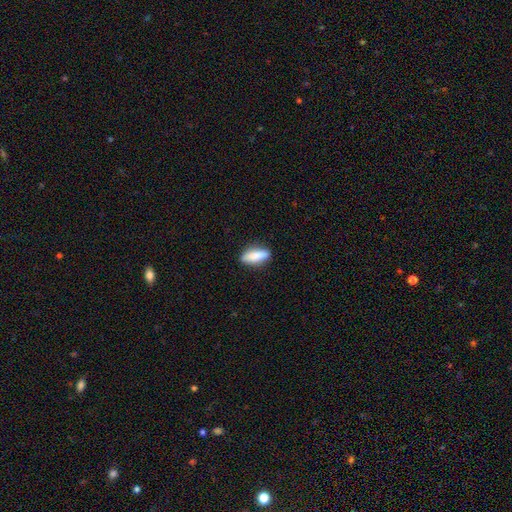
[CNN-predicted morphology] smooth-or-featured: smooth: 82% | featured or disk: 12% | star or artifact: 6%
  how-rounded: in between: 55% | cigar-shaped: 43% | round: 2%
  merging: none: 87% | minor disturbance: 10% | major disturbance: 2% | merger: 1%